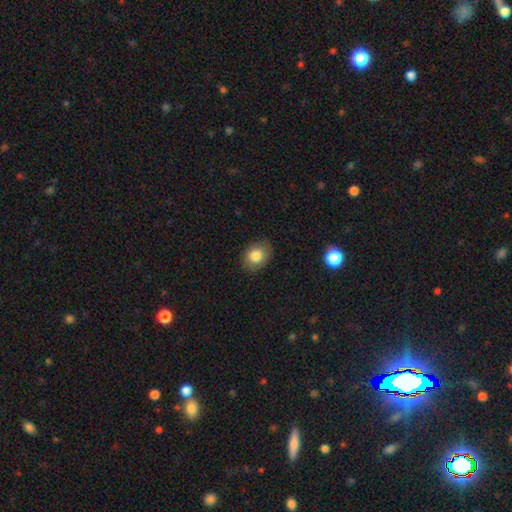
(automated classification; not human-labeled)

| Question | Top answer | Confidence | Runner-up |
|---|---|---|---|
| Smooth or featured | smooth | 82% | featured or disk (10%) |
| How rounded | in between | 67% | round (32%) |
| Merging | none | 83% | minor disturbance (13%) |